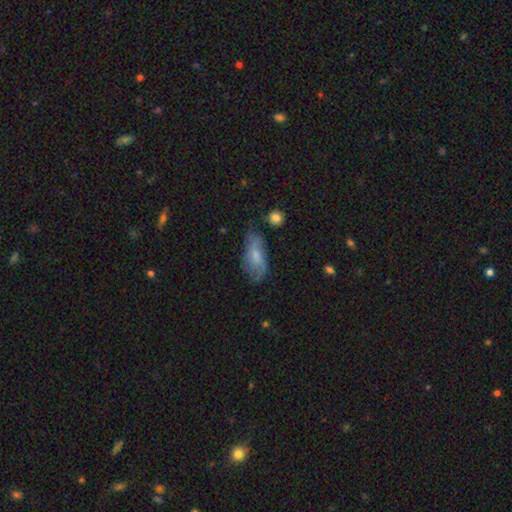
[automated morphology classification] Smooth or featured: smooth — 56% (featured or disk — 37%)
How rounded: in between — 82% (cigar-shaped — 14%)
Merging: none — 55% (minor disturbance — 30%)